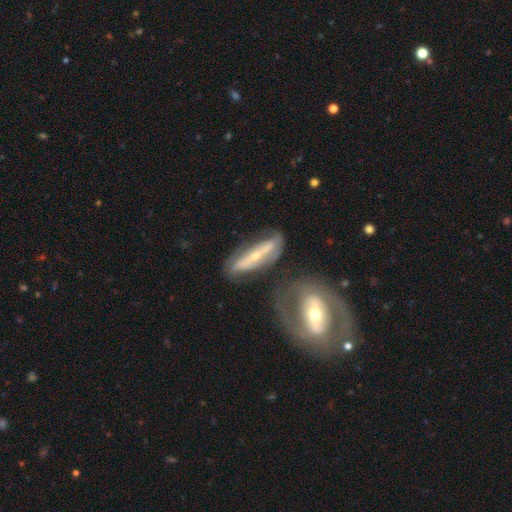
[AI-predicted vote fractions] smooth-or-featured: featured or disk: 67% | smooth: 26% | star or artifact: 6%
  disk-edge-on: no: 60% | yes: 40%
  merging: none: 62% | minor disturbance: 17% | merger: 12% | major disturbance: 9%